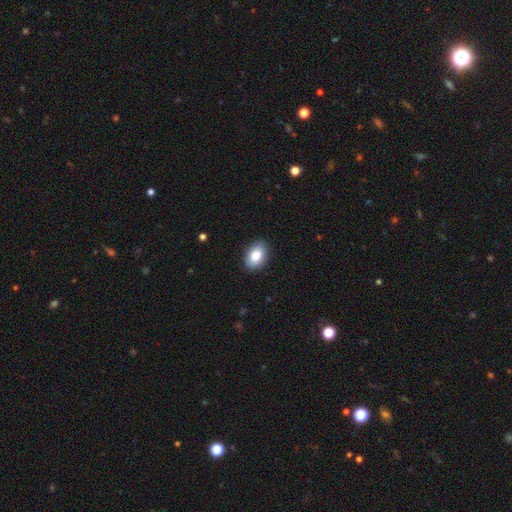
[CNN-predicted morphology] type=smooth (82%); roundness=in between (84%); merging=none (88%).